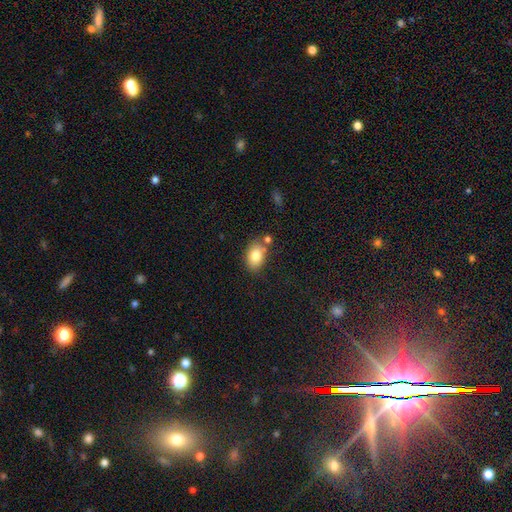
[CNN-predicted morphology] A smooth galaxy with no disk features (81%) that is in between round and cigar-shaped (83%).

Vote fractions:
- Smooth or featured? smooth: 81% / featured or disk: 11% / star or artifact: 8%
- How rounded? in between: 83% / round: 16% / cigar-shaped: 1%
- Merging? none: 68% / minor disturbance: 15% / merger: 12% / major disturbance: 4%